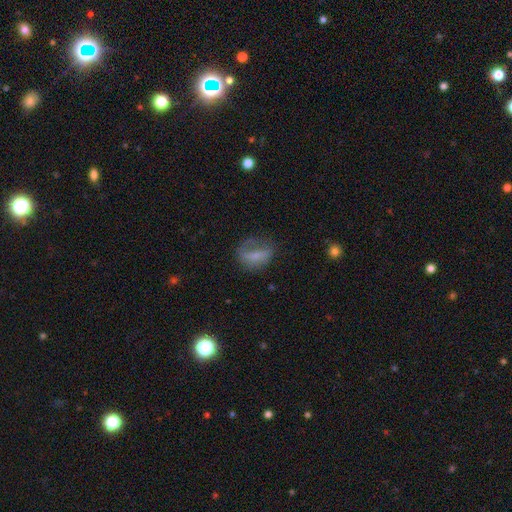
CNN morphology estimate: A smooth galaxy with no disk features (57%) that is in between round and cigar-shaped (61%).

Vote fractions:
- Smooth or featured? smooth: 57% / featured or disk: 31% / star or artifact: 12%
- How rounded? in between: 61% / round: 30% / cigar-shaped: 8%
- Merging? none: 43% / major disturbance: 30% / minor disturbance: 24% / merger: 3%